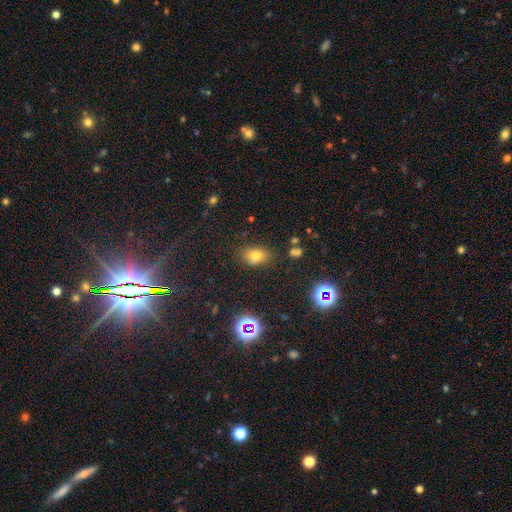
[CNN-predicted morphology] type=smooth (71%); roundness=in between (71%); merging=none (77%).